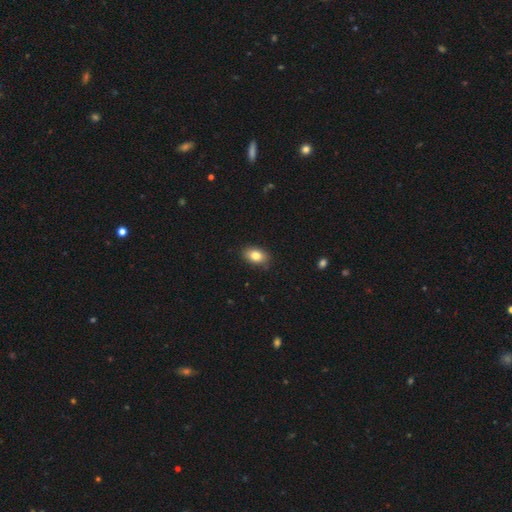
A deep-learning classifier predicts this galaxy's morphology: Overall: smooth (82%). How rounded: in between (85%). Merging: none (86%).